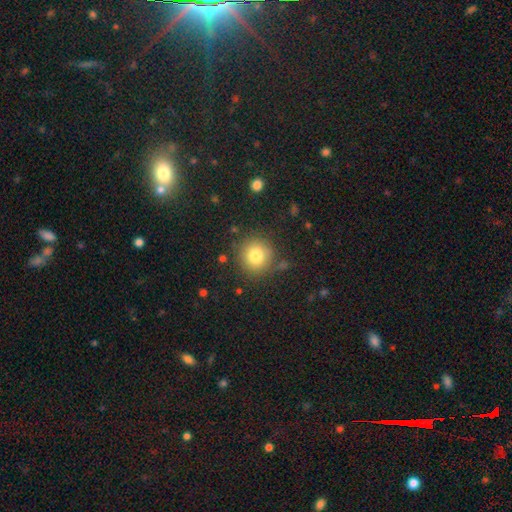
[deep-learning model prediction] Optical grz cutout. It shows a smooth galaxy with no disk features (79%) that is round (92%). Merging: none (84%).